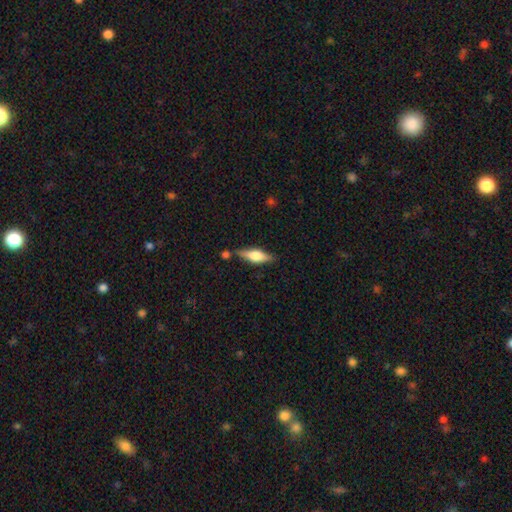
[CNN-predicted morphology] type=featured or disk (51%); edge-on=yes (93%); merging=none (77%).